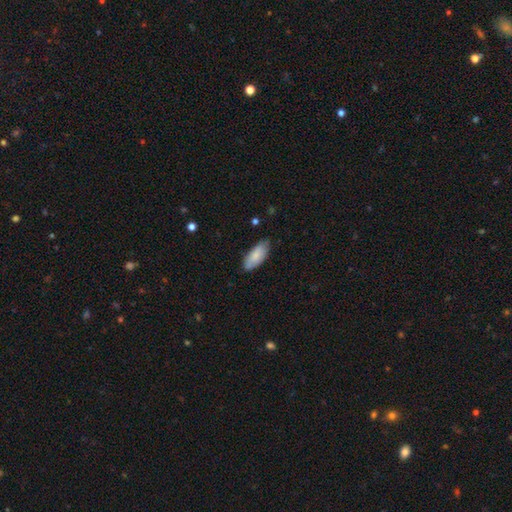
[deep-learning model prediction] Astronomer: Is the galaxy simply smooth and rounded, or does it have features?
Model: smooth — 83%.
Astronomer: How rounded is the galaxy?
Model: in between — 84%.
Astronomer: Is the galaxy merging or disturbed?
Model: none — 75%.